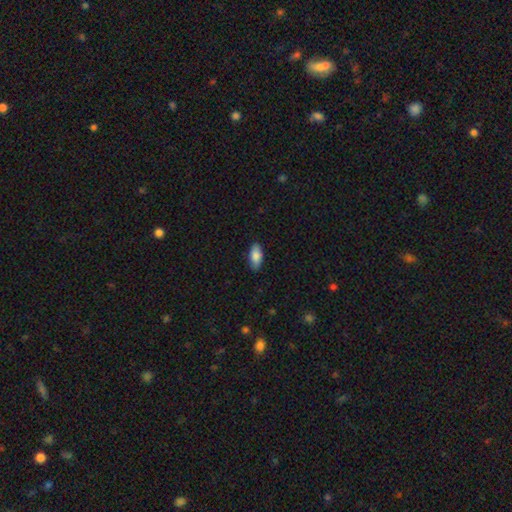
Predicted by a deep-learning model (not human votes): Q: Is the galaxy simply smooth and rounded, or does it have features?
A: smooth — 84%.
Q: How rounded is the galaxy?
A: in between — 89%.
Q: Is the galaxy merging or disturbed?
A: none — 87%.